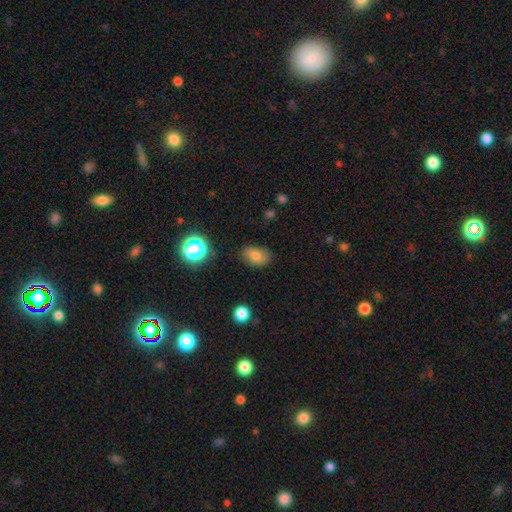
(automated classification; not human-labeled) Q: Smooth or featured?
A: smooth (75%); runner-up: star or artifact (13%)
Q: How rounded?
A: in between (82%); runner-up: round (17%)
Q: Merging?
A: none (81%); runner-up: minor disturbance (14%)